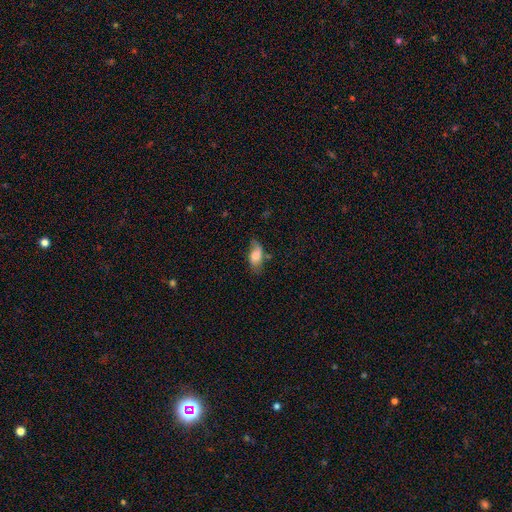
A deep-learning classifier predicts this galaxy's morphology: Smooth or featured?
  - smooth: 64% *
  - featured or disk: 28%
  - star or artifact: 8%
How rounded?
  - in between: 89% *
  - cigar-shaped: 6%
  - round: 5%
Merging?
  - none: 53% *
  - minor disturbance: 31%
  - major disturbance: 12%
  - merger: 4%